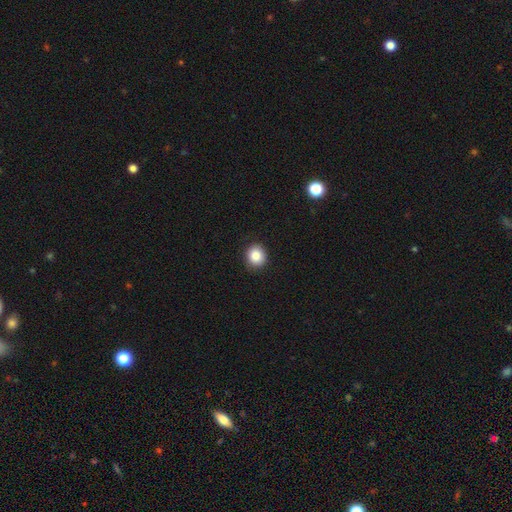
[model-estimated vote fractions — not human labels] The model was most divided on "how rounded": round: 87%, in between: 12%, cigar-shaped: 1%. More confident: merging — none (91%); smooth or featured — smooth (87%).